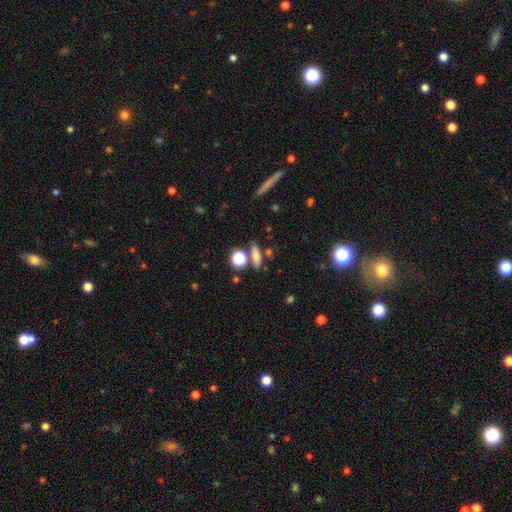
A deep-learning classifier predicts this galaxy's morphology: Smooth or featured? smooth (72%)
How rounded? cigar-shaped (43%)
Merging? none (72%)